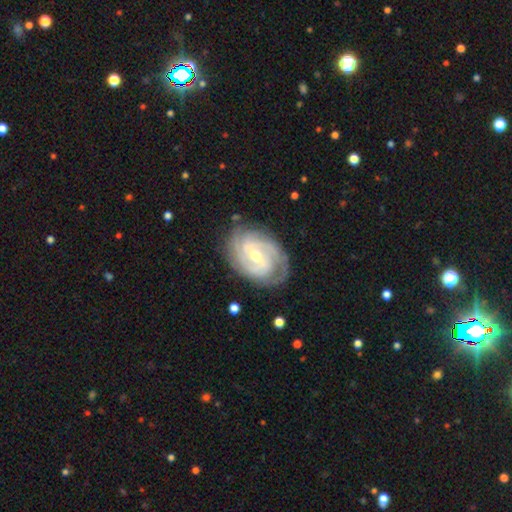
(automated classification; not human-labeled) Smooth or featured? Predicted: featured or disk (p=0.89). Edge-on disk? Predicted: no (p=0.97). Bar? Predicted: weak (p=0.49). Spiral arms? Predicted: yes (p=0.97). Spiral winding? Predicted: tight (p=0.71). Spiral arm count? Predicted: 2 (p=0.32). Bulge size? Predicted: moderate (p=0.57). Merging? Predicted: none (p=0.78).